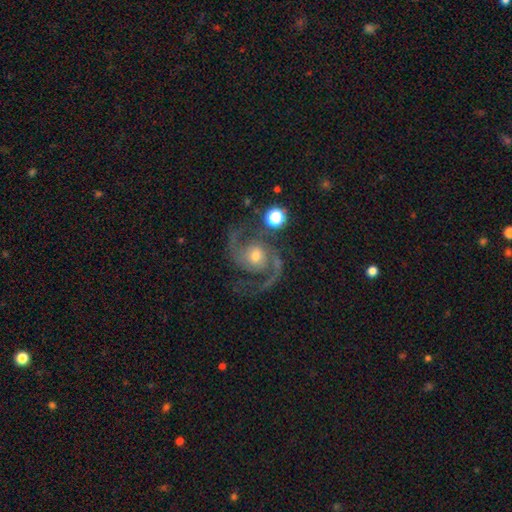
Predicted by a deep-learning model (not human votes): Q: Smooth or featured?
A: featured or disk (92%); runner-up: star or artifact (5%)
Q: Edge-on disk?
A: no (98%); runner-up: yes (2%)
Q: Bar?
A: no (62%); runner-up: weak (30%)
Q: Spiral arms?
A: yes (98%); runner-up: no (2%)
Q: Spiral winding?
A: medium (62%); runner-up: loose (23%)
Q: Spiral arm count?
A: 2 (94%); runner-up: 3 (2%)
Q: Bulge size?
A: moderate (60%); runner-up: small (31%)
Q: Merging?
A: none (76%); runner-up: minor disturbance (13%)